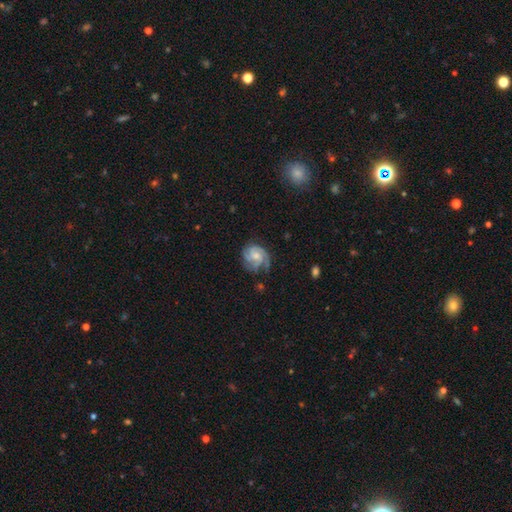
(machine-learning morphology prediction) type=featured or disk (83%); edge-on=no (98%); bar=no (68%); spiral arms=yes (97%); winding=tight (58%); arm count=3 (49%); bulge=moderate (46%); merging=none (66%).